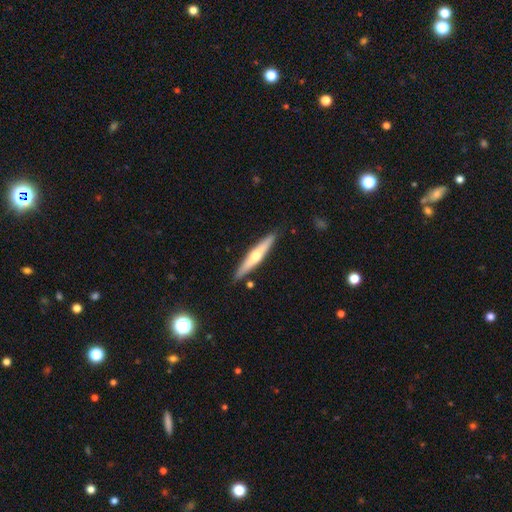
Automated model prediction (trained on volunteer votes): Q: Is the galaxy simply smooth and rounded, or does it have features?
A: featured or disk — 56%.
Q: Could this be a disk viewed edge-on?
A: yes — 95%.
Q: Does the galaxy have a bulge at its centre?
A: rounded — 88%.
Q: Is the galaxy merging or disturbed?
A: none — 87%.